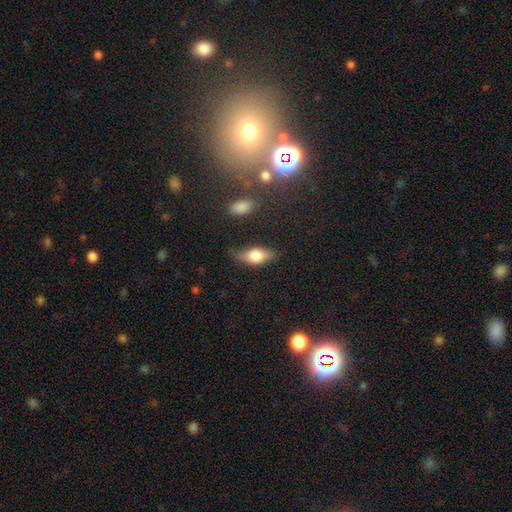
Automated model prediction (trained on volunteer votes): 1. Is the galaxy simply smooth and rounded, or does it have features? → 65% smooth, 27% featured or disk, 7% star or artifact.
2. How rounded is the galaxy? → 79% in between, 15% cigar-shaped, 6% round.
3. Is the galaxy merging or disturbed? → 69% none, 23% minor disturbance, 6% major disturbance, 3% merger.